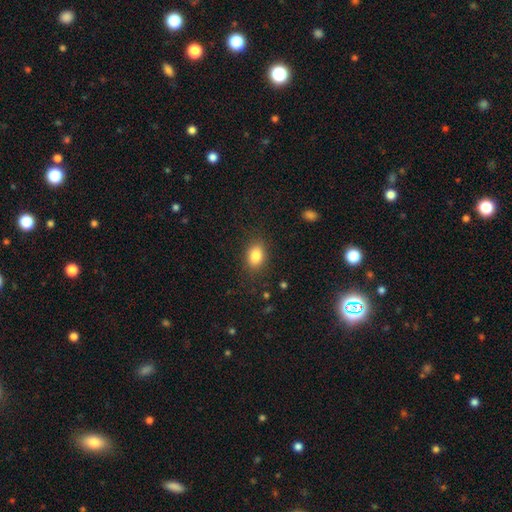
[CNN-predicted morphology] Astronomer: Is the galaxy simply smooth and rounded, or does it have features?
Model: smooth — 85%.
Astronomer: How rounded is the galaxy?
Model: in between — 80%.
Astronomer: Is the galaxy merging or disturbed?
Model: none — 84%.